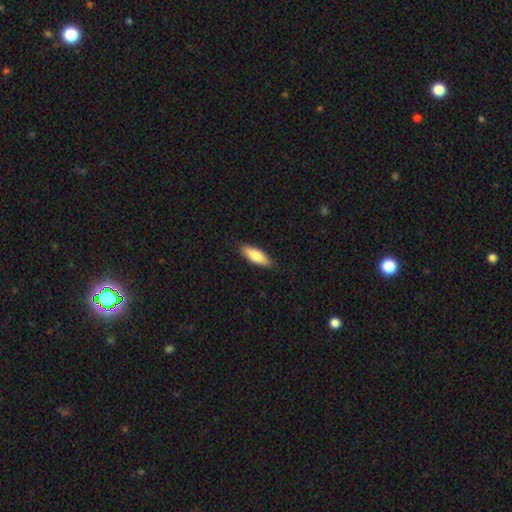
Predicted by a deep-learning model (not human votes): Smooth or featured? smooth (78%)
How rounded? in between (61%)
Merging? none (87%)